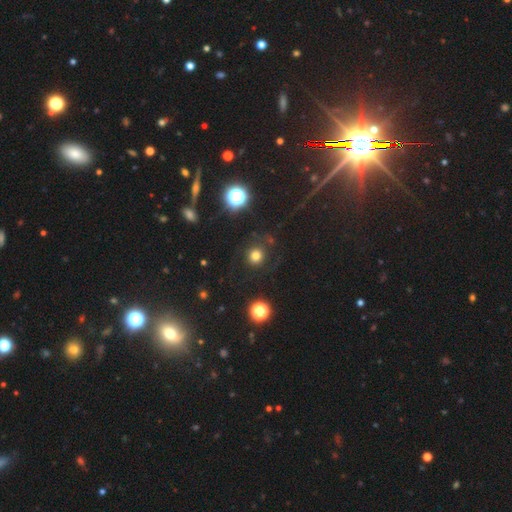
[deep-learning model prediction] smooth-or-featured: smooth: 74% | star or artifact: 19% | featured or disk: 7%
  how-rounded: round: 92% | in between: 7% | cigar-shaped: 1%
  merging: none: 82% | minor disturbance: 10% | major disturbance: 6% | merger: 2%